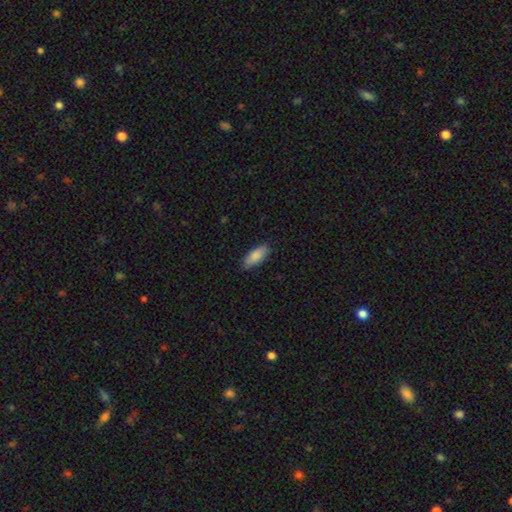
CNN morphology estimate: Overall: smooth (87%). How rounded: in between (79%). Merging: none (84%).